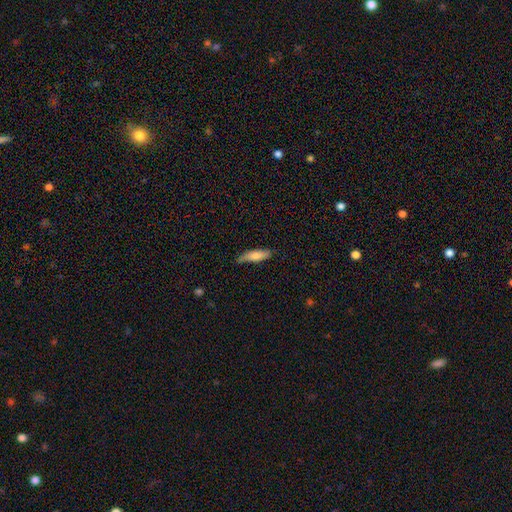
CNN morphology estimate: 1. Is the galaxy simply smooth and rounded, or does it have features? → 75% smooth, 19% featured or disk, 6% star or artifact.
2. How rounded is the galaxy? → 63% cigar-shaped, 35% in between, 2% round.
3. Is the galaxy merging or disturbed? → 69% none, 25% minor disturbance, 4% major disturbance, 2% merger.